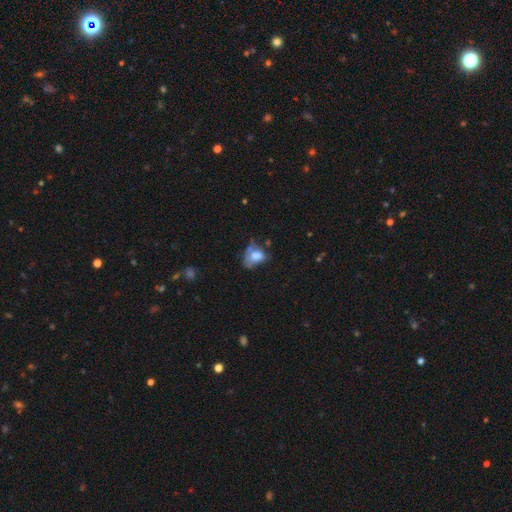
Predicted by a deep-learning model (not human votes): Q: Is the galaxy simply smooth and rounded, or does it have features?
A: smooth — 62%.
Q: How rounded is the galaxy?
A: in between — 72%.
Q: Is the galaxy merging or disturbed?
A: major disturbance — 32%.